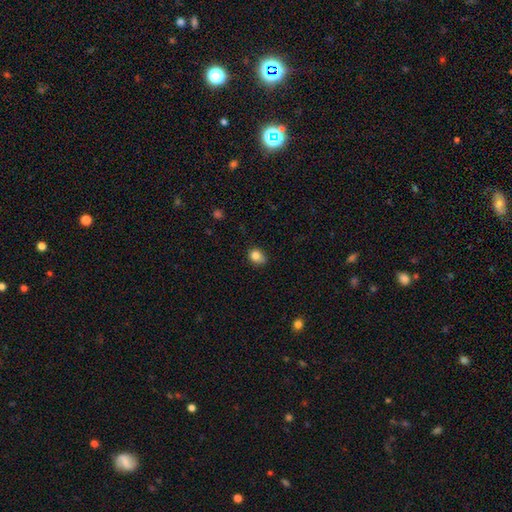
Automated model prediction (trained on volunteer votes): Morphology: type=smooth (83%); roundness=round (53%); merging=none (66%).